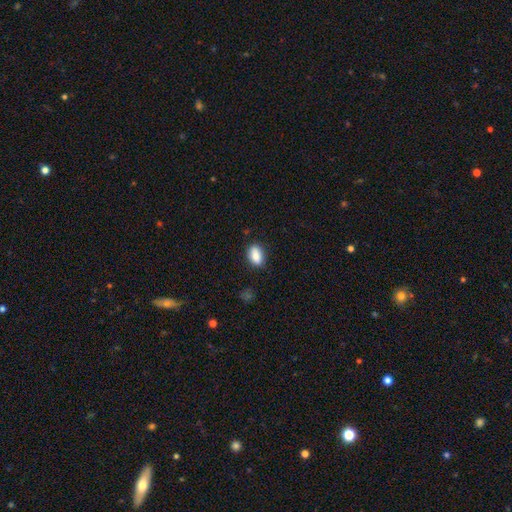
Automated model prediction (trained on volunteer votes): This is clearly a smooth galaxy (86%). How rounded: clearly in between (85%). Merging: clearly none (81%).